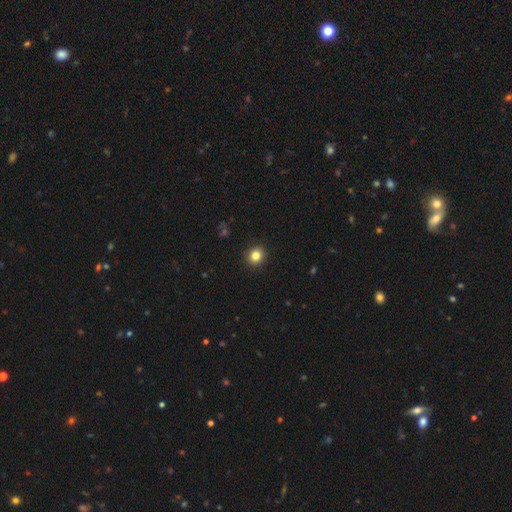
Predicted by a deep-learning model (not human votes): Smooth or featured? Predicted: smooth (p=0.83). How rounded? Predicted: round (p=0.82). Merging? Predicted: none (p=0.92).